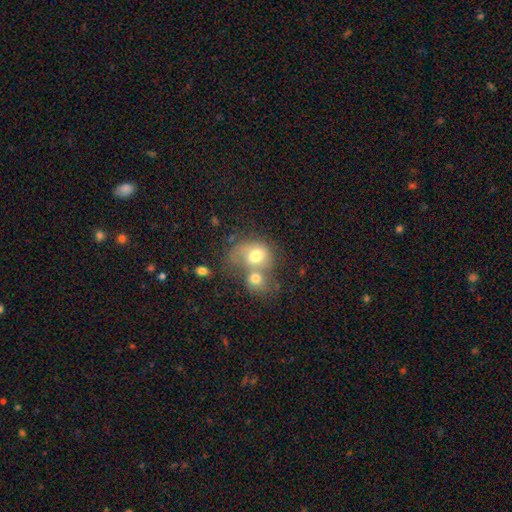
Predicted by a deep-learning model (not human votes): smooth_or_featured: smooth (p=0.68) [alt: featured or disk p=0.23]
how_rounded: in between (p=0.50) [alt: round p=0.49]
merging: merger (p=0.68) [alt: none p=0.16]